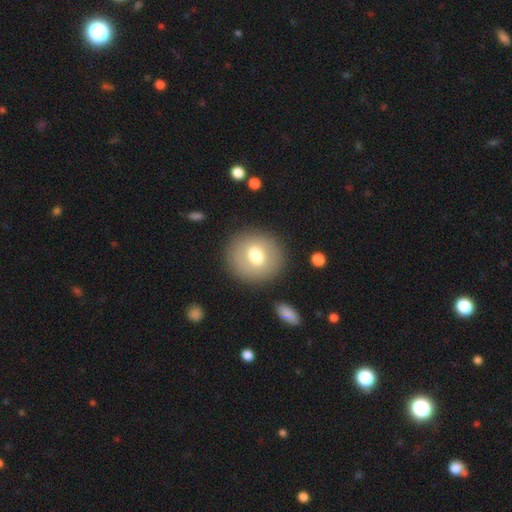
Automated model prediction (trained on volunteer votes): Overall: smooth (68%). How rounded: round (87%). Merging: none (87%).